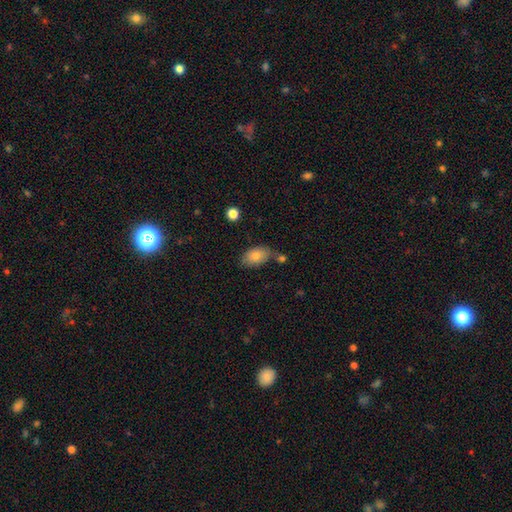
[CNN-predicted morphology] smooth_or_featured: smooth (p=0.81) [alt: featured or disk p=0.11]
how_rounded: in between (p=0.89) [alt: round p=0.09]
merging: none (p=0.63) [alt: minor disturbance p=0.21]